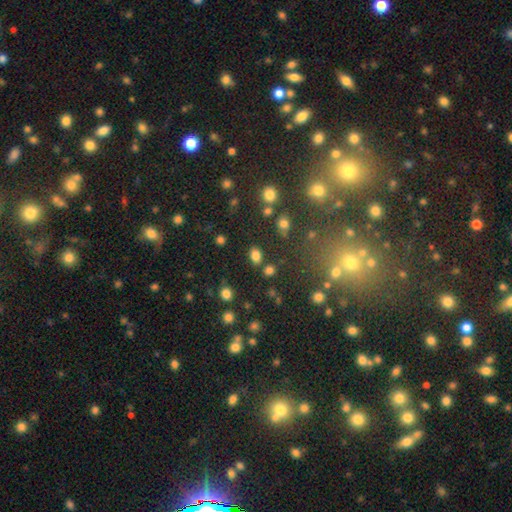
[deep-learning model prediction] Overall: smooth (79%). How rounded: in between (69%; round 30%). Merging: none (79%).